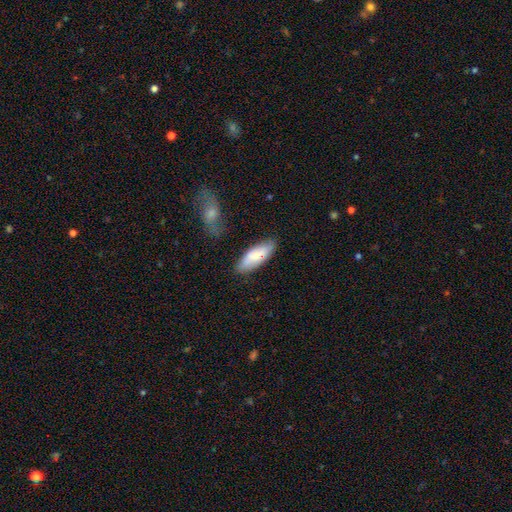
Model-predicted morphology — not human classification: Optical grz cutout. It shows a smooth galaxy with no disk features (68%) that is in between round and cigar-shaped (71%). Merging: none (73%).